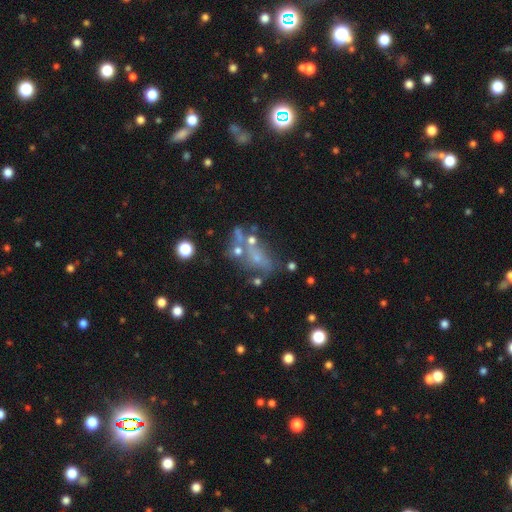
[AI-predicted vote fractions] The model was most divided on "smooth or featured": featured or disk: 43%, smooth: 34%, star or artifact: 23%. Remaining: merging — none (37%).